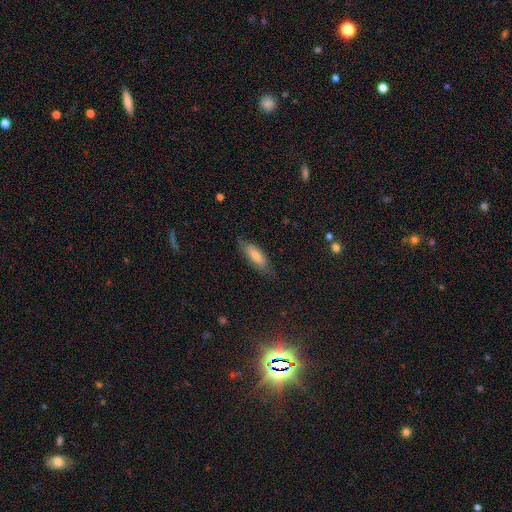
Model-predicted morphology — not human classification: Smooth or featured: smooth — 73% (featured or disk — 20%)
How rounded: in between — 63% (cigar-shaped — 35%)
Merging: none — 74% (minor disturbance — 20%)